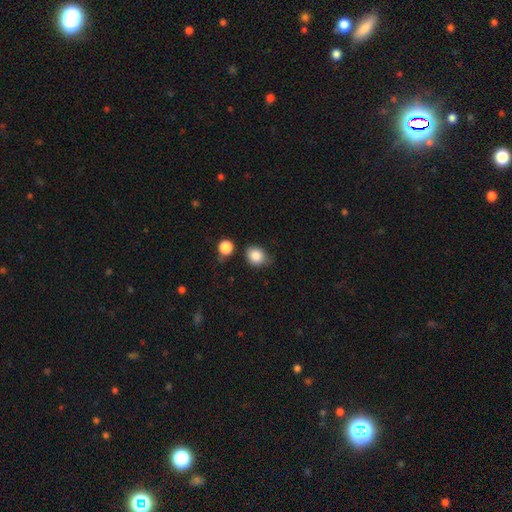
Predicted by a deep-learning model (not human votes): A smooth galaxy with no disk features (85%) that is round (62%). Merging: none (60%).